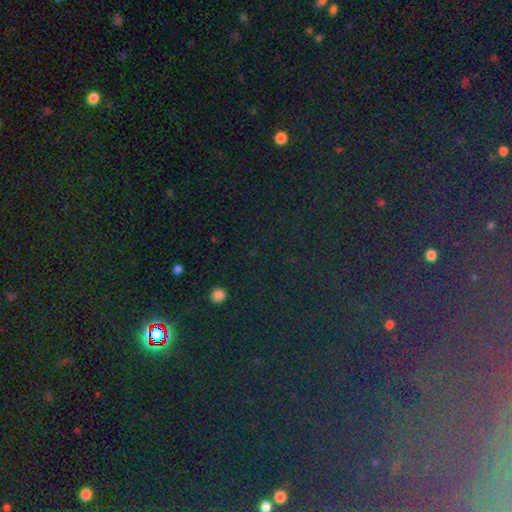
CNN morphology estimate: smooth-or-featured: star or artifact: 80% | smooth: 12% | featured or disk: 8%